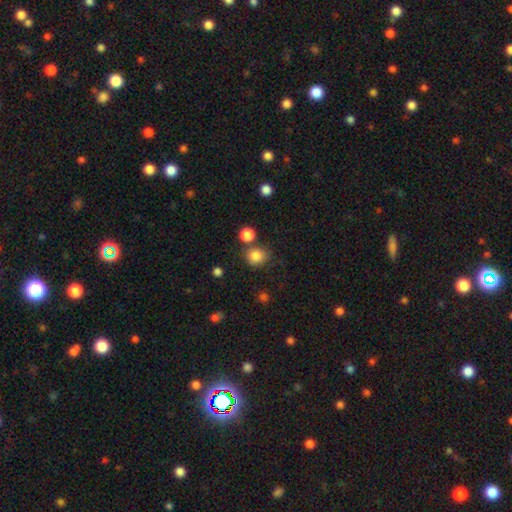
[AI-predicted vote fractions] The model was most divided on "merging": none: 71%, merger: 13%, minor disturbance: 12%, major disturbance: 4%. More confident: smooth or featured — smooth (83%); how rounded — round (80%).